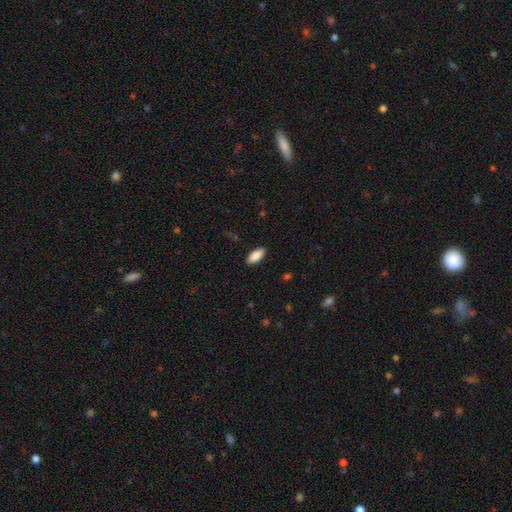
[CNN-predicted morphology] The model was most divided on "how rounded": in between: 88%, cigar-shaped: 10%, round: 2%. More confident: merging — none (89%); smooth or featured — smooth (89%).